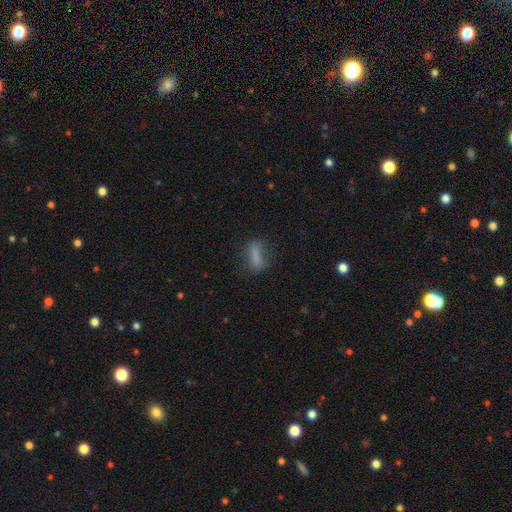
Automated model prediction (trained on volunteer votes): This is likely a smooth galaxy (76%). How rounded: possibly in between (55%). Merging: likely none (68%).